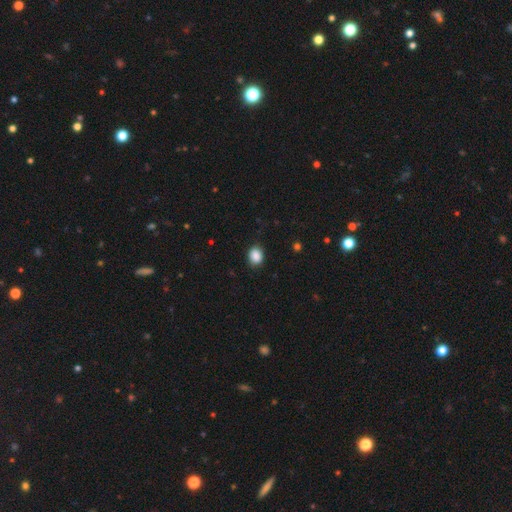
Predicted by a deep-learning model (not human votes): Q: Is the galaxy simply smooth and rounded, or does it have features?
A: smooth — 88%.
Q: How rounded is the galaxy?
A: round — 53%.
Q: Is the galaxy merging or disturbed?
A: none — 84%.